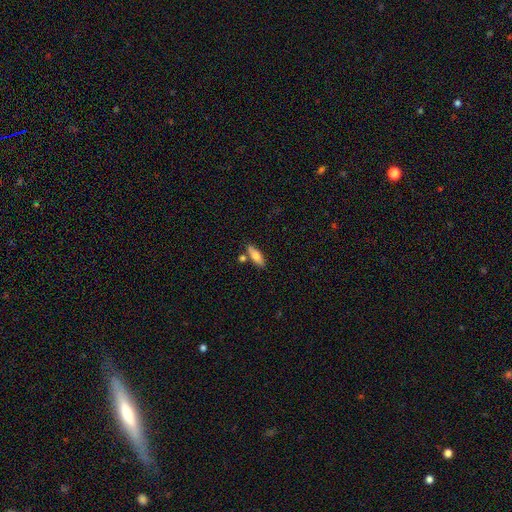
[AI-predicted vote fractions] A smooth galaxy with no disk features (70%) that is in between round and cigar-shaped (60%). Merging: none (74%).